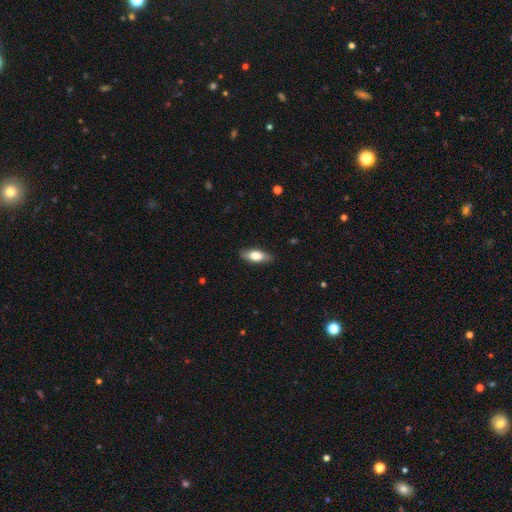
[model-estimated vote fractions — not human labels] Smooth or featured? Predicted: smooth (p=0.72). How rounded? Predicted: in between (p=0.73). Merging? Predicted: none (p=0.86).